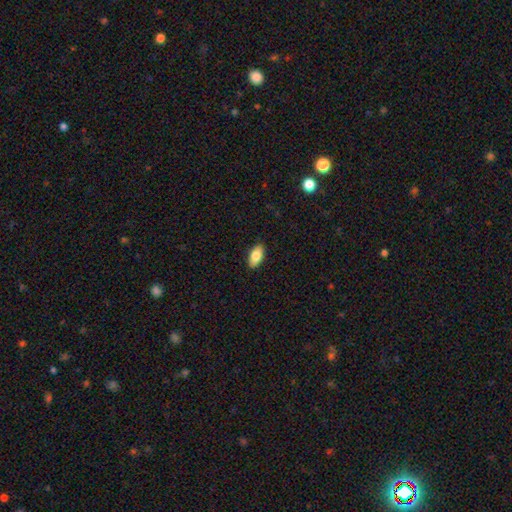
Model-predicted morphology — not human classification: type=smooth (82%); roundness=in between (91%); merging=none (89%).